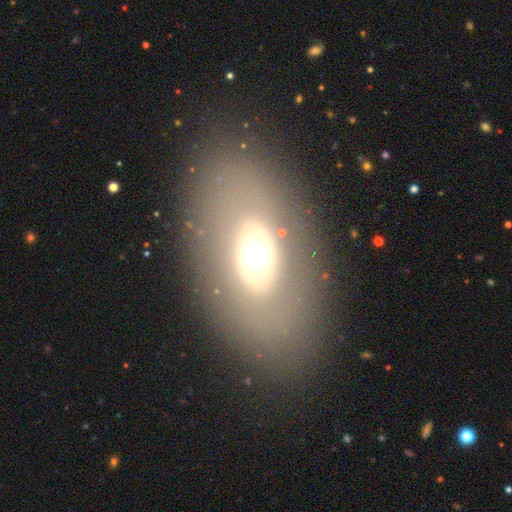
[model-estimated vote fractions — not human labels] smooth_or_featured: featured or disk (p=0.47) [alt: smooth p=0.42]
merging: none (p=0.82) [alt: minor disturbance p=0.09]